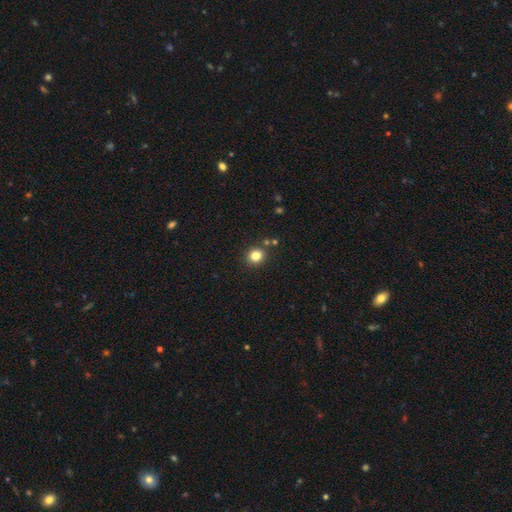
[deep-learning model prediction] Smooth or featured? smooth (82%)
How rounded? round (81%)
Merging? none (83%)